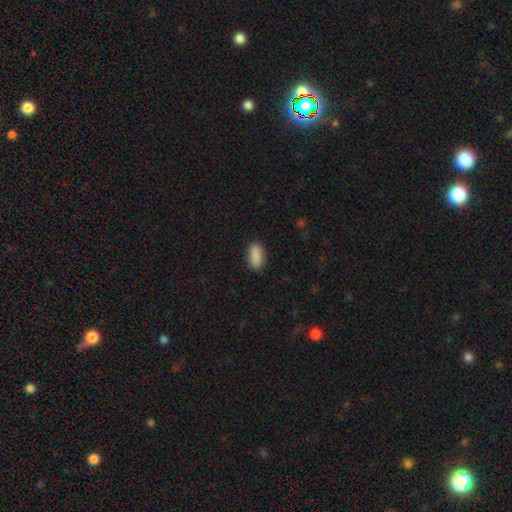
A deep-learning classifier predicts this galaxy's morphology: Overall: smooth (89%). How rounded: in between (87%). Merging: none (86%).